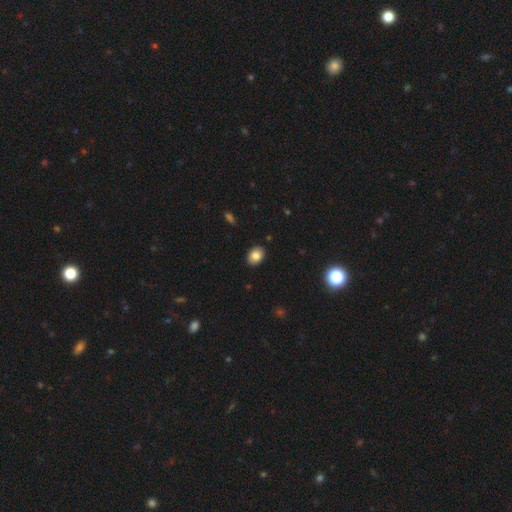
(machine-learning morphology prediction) smooth-or-featured: smooth: 83% | star or artifact: 9% | featured or disk: 8%
  how-rounded: in between: 67% | round: 32% | cigar-shaped: 1%
  merging: none: 89% | minor disturbance: 8% | major disturbance: 2% | merger: 1%